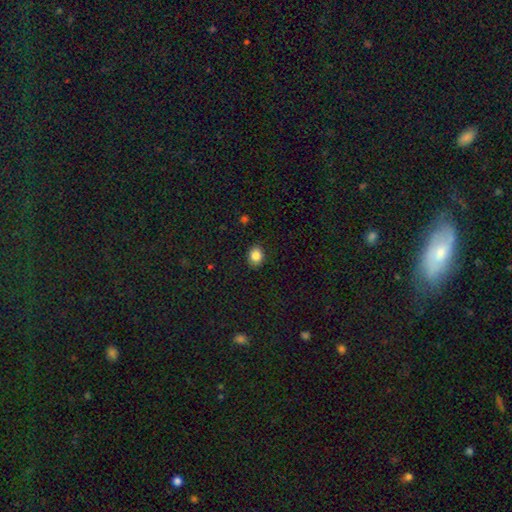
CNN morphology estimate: Smooth or featured?
  - smooth: 85% *
  - star or artifact: 10%
  - featured or disk: 5%
How rounded?
  - round: 52% *
  - in between: 47%
  - cigar-shaped: 1%
Merging?
  - none: 88% *
  - minor disturbance: 9%
  - major disturbance: 2%
  - merger: 1%